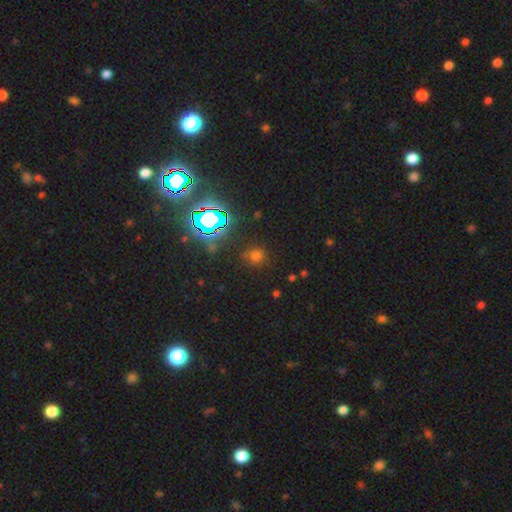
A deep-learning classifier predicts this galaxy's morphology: The model was most divided on "smooth or featured": smooth: 54%, star or artifact: 39%, featured or disk: 7%. More confident: how rounded — round (82%); merging — none (79%).